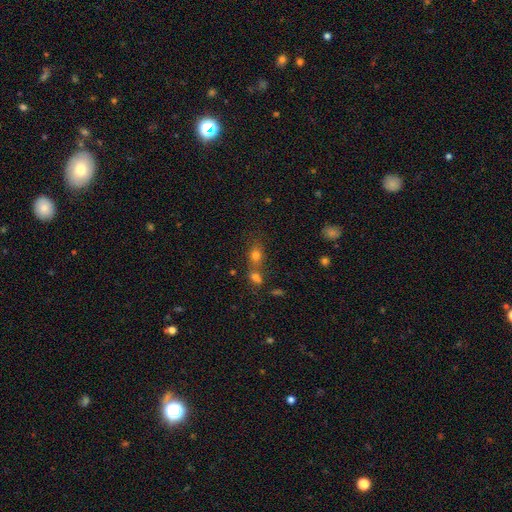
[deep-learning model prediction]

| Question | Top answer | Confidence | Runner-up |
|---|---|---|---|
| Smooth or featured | smooth | 68% | star or artifact (20%) |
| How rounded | round | 49% | in between (47%) |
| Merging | merger | 46% | none (41%) |